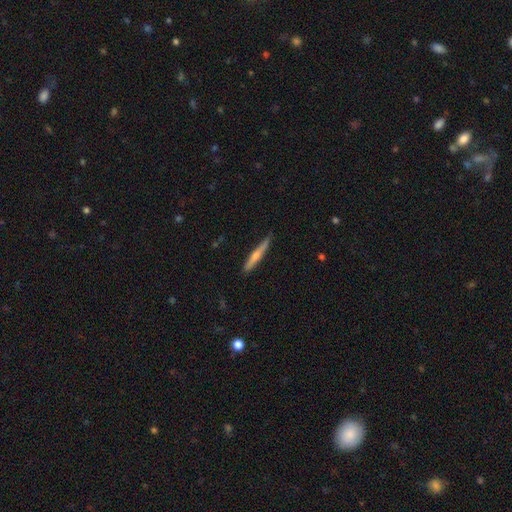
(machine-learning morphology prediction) Smooth or featured: featured or disk — 57% (smooth — 37%)
Edge-on disk: yes — 97% (no — 3%)
Edge-on bulge: rounded — 70% (none — 25%)
Merging: none — 88% (minor disturbance — 9%)